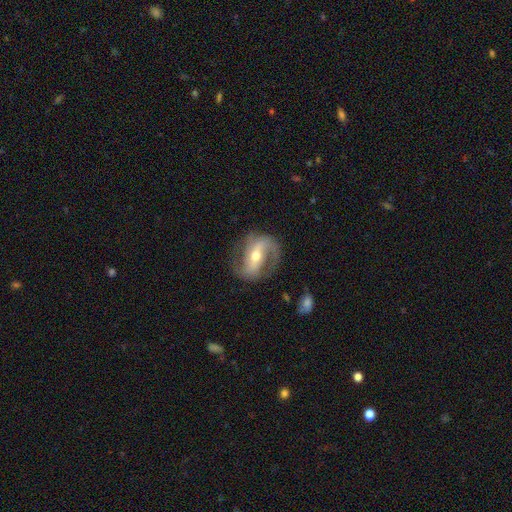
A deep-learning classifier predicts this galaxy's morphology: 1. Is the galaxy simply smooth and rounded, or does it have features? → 85% featured or disk, 10% smooth, 5% star or artifact.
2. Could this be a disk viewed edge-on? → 96% no, 4% yes.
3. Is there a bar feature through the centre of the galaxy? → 50% strong, 32% weak, 18% no.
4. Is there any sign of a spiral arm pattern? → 93% yes, 7% no.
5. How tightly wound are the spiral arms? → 46% medium, 34% loose, 20% tight.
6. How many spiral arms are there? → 83% 2, 9% 1, 5% can't tell, 2% 3, 1% 4, 1% more than 4.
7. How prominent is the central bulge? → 59% moderate, 36% small, 3% large, 1% none, 1% dominant.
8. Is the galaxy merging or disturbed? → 72% none, 16% minor disturbance, 10% major disturbance, 2% merger.